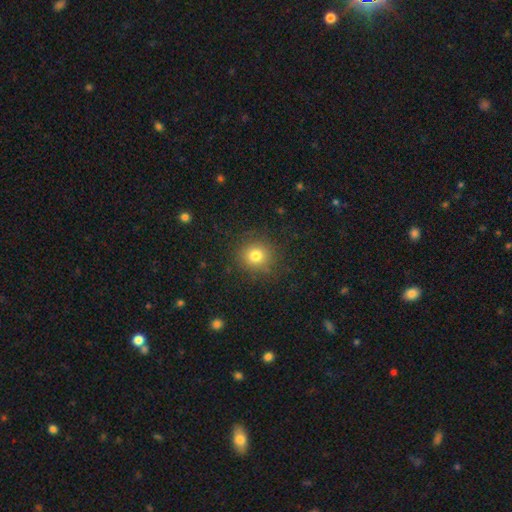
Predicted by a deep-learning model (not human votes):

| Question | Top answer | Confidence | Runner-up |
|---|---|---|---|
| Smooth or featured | smooth | 79% | star or artifact (14%) |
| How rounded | round | 90% | in between (9%) |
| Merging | none | 87% | minor disturbance (8%) |